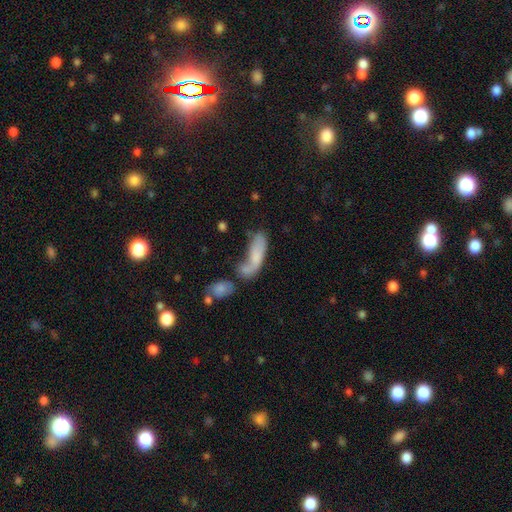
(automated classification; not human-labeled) A smooth galaxy with no disk features (69%) that is in between round and cigar-shaped (57%). Merging: merger (50%).